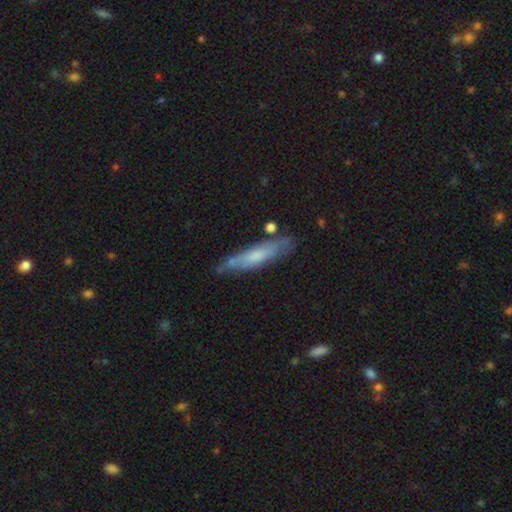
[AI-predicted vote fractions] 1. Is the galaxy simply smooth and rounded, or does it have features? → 52% smooth, 42% featured or disk, 6% star or artifact.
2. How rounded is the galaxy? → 79% cigar-shaped, 20% in between, 2% round.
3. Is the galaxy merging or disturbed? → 67% none, 22% minor disturbance, 5% merger, 5% major disturbance.